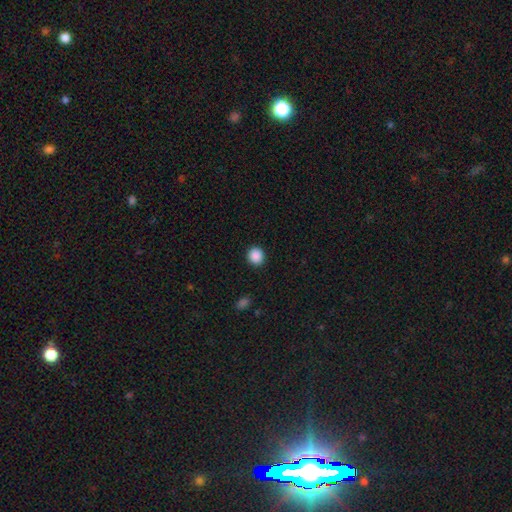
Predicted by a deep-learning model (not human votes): smooth-or-featured: smooth: 89% | star or artifact: 9% | featured or disk: 2%
  how-rounded: round: 90% | in between: 9% | cigar-shaped: 1%
  merging: none: 92% | minor disturbance: 5% | major disturbance: 2% | merger: 1%